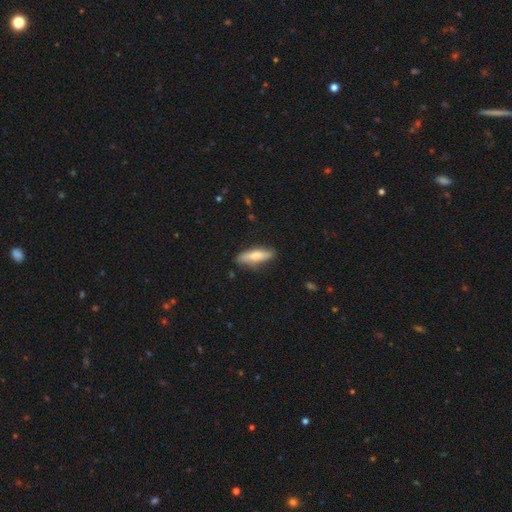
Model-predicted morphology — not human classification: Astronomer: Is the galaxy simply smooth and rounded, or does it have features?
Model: smooth — 70%.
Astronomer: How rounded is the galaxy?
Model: cigar-shaped — 60% (runner-up: in between, 39%).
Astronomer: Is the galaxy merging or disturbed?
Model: none — 81%.